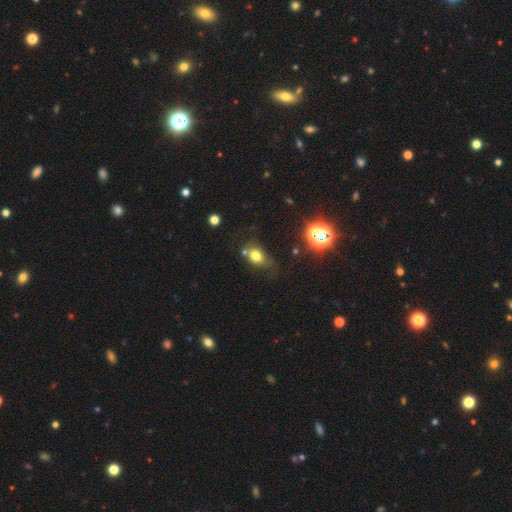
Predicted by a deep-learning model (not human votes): This is likely a smooth galaxy (74%). How rounded: possibly in between (57%). Merging: possibly none (49%).